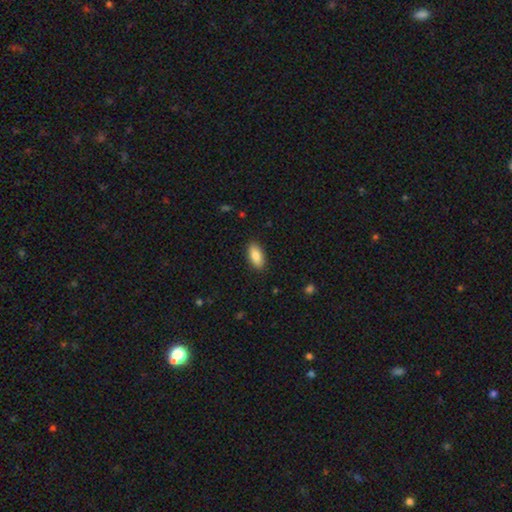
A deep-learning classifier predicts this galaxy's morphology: Smooth or featured? Predicted: smooth (p=0.86). How rounded? Predicted: in between (p=0.87). Merging? Predicted: none (p=0.89).